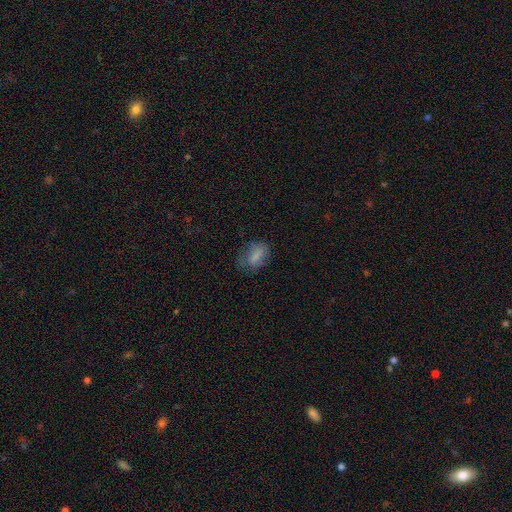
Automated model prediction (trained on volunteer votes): smooth 74%, featured or disk 16%, star or artifact 10%. Down the decision tree: how rounded — in between (81%); merging — none (57%).